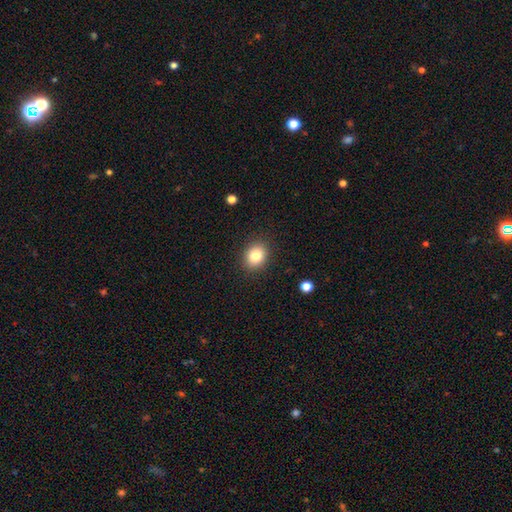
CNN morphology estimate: smooth_or_featured: smooth (p=0.82) [alt: star or artifact p=0.10]
how_rounded: round (p=0.57) [alt: in between p=0.42]
merging: none (p=0.89) [alt: minor disturbance p=0.08]